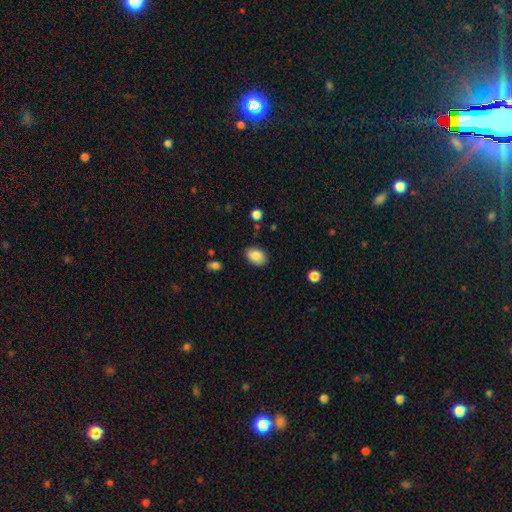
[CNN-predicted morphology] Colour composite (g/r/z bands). It shows a smooth galaxy with no disk features (87%) that is in between round and cigar-shaped (82%). Merging: none (84%).